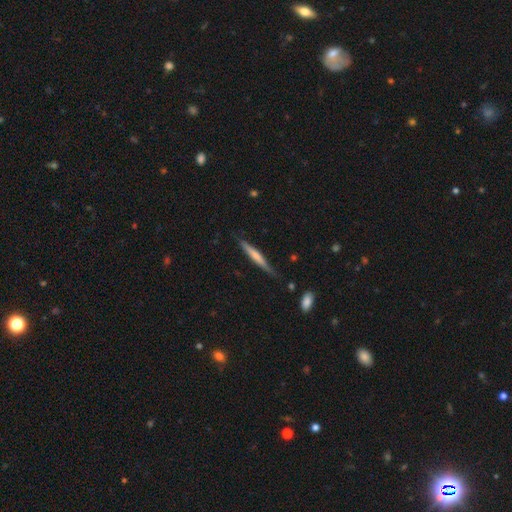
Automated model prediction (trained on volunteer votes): Morphology: type=smooth (51%); roundness=cigar-shaped (94%); merging=none (78%).